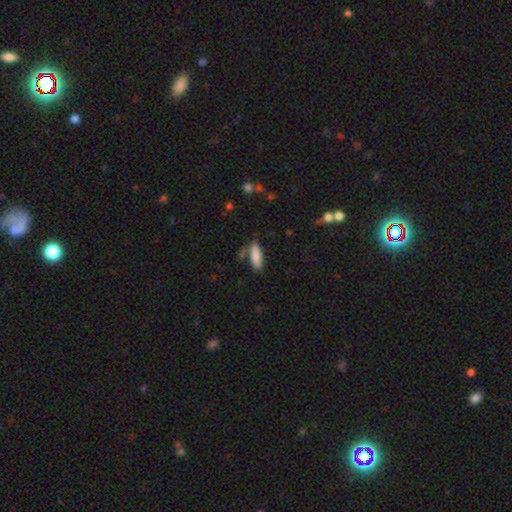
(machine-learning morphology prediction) This is clearly a smooth galaxy (84%). How rounded: possibly in between (52%). Merging: likely none (74%).